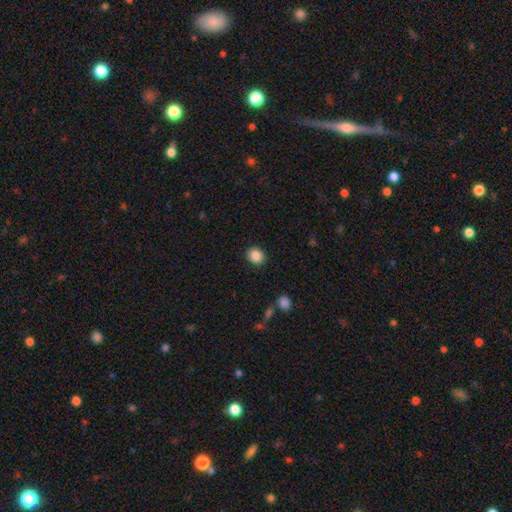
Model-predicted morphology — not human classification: Smooth or featured?
  - smooth: 87% *
  - star or artifact: 9%
  - featured or disk: 4%
How rounded?
  - round: 80% *
  - in between: 19%
  - cigar-shaped: 1%
Merging?
  - none: 90% *
  - minor disturbance: 7%
  - major disturbance: 2%
  - merger: 1%